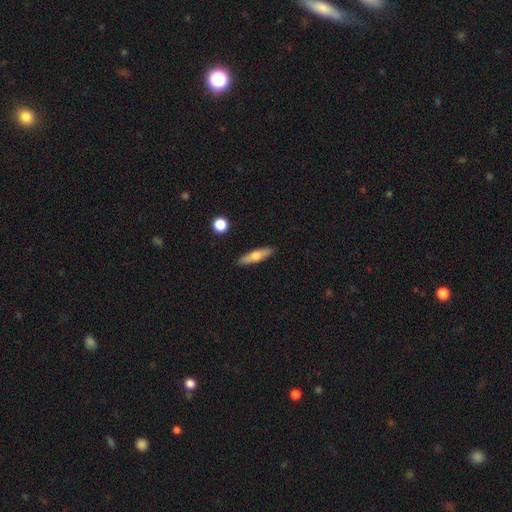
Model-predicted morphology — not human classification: smooth_or_featured: smooth (p=0.57) [alt: featured or disk p=0.37]
how_rounded: cigar-shaped (p=0.67) [alt: in between p=0.30]
merging: none (p=0.90) [alt: minor disturbance p=0.07]